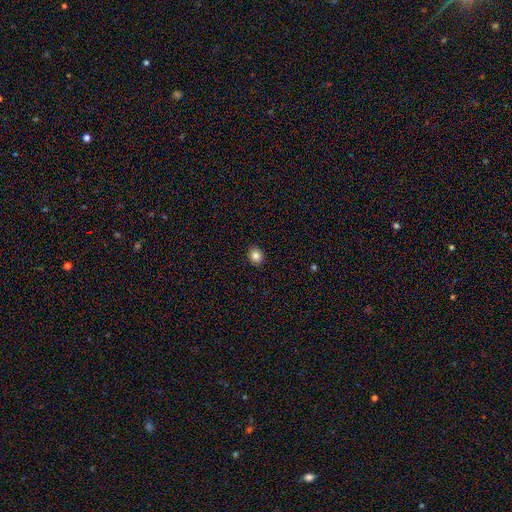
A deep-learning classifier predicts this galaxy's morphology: The model was most divided on "how rounded": round: 68%, in between: 31%, cigar-shaped: 1%. More confident: merging — none (91%); smooth or featured — smooth (84%).